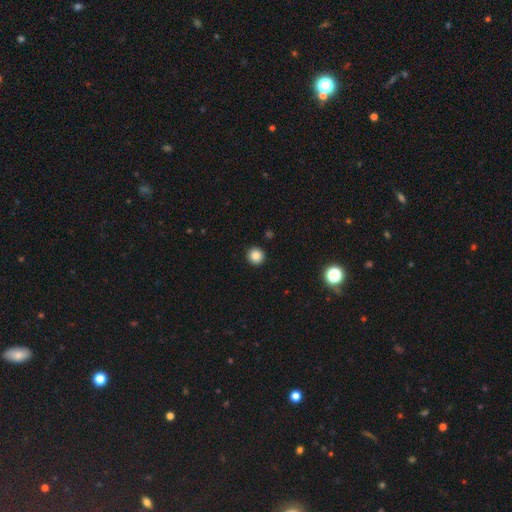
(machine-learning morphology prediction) Smooth or featured? smooth (86%)
How rounded? round (95%)
Merging? none (92%)